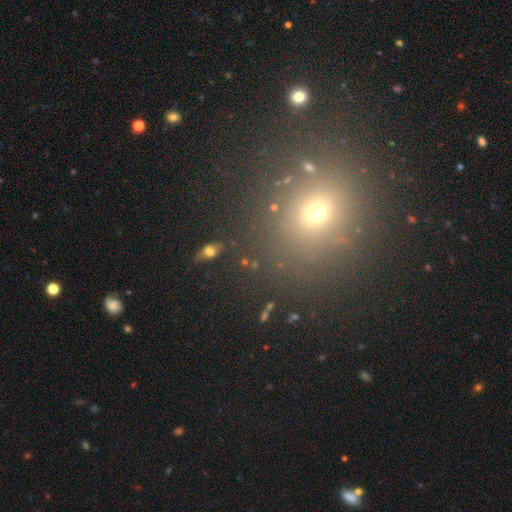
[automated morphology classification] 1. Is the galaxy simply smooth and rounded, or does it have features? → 55% smooth, 37% star or artifact, 8% featured or disk.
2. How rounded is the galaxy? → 79% round, 20% in between, 1% cigar-shaped.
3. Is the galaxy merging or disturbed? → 86% none, 7% minor disturbance, 3% major disturbance, 3% merger.